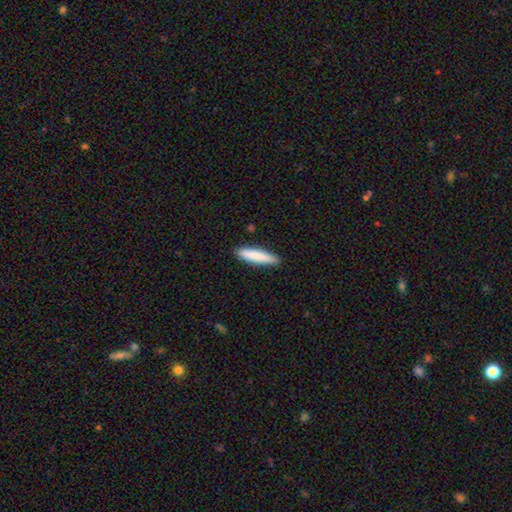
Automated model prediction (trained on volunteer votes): smooth_or_featured: smooth (p=0.84) [alt: featured or disk p=0.10]
how_rounded: cigar-shaped (p=0.85) [alt: in between p=0.13]
merging: none (p=0.89) [alt: minor disturbance p=0.08]